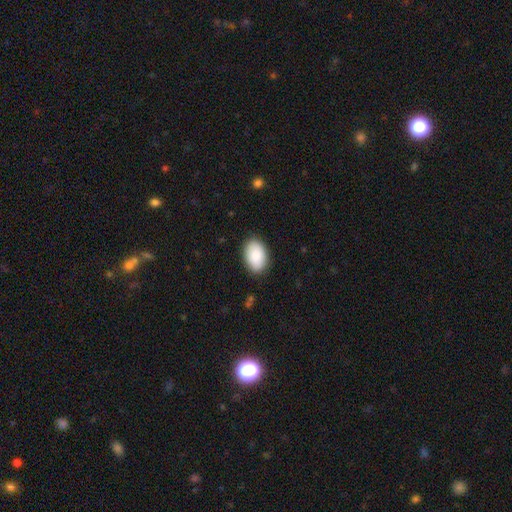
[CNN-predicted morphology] Overall: smooth (85%). How rounded: in between (90%). Merging: none (88%).